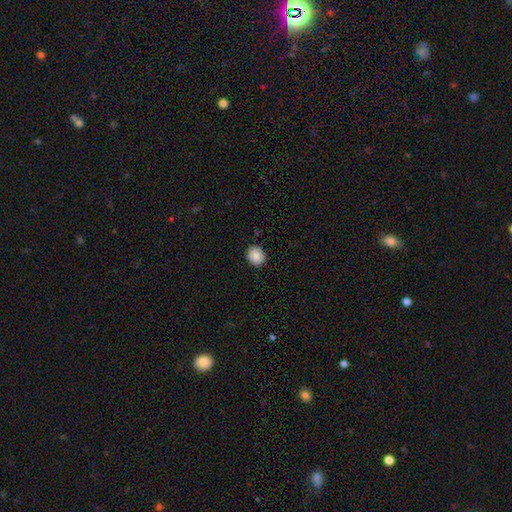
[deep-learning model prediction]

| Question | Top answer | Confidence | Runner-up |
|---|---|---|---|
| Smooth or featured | smooth | 89% | star or artifact (8%) |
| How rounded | round | 68% | in between (31%) |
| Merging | none | 90% | minor disturbance (7%) |